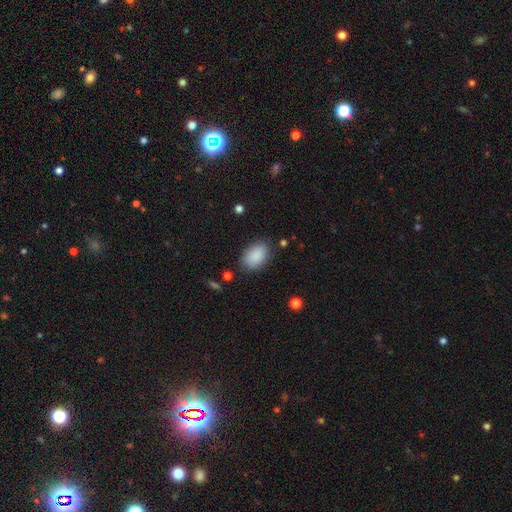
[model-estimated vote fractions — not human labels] Q: Smooth or featured?
A: smooth (89%); runner-up: star or artifact (7%)
Q: How rounded?
A: in between (86%); runner-up: round (13%)
Q: Merging?
A: none (81%); runner-up: minor disturbance (13%)